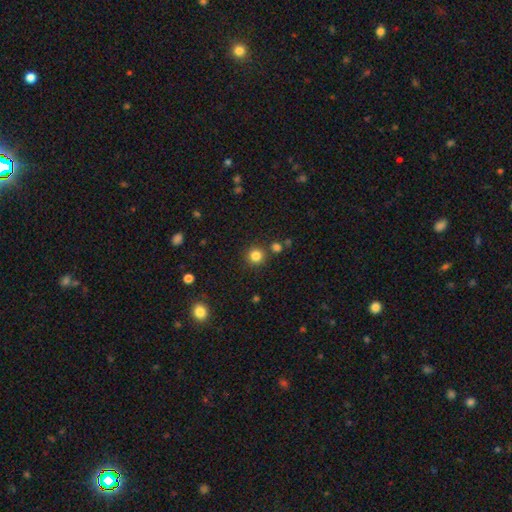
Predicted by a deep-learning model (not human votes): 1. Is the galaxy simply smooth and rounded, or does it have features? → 84% smooth, 12% star or artifact, 4% featured or disk.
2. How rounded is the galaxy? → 94% round, 5% in between, 1% cigar-shaped.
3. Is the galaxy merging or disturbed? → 85% none, 7% minor disturbance, 6% merger, 2% major disturbance.